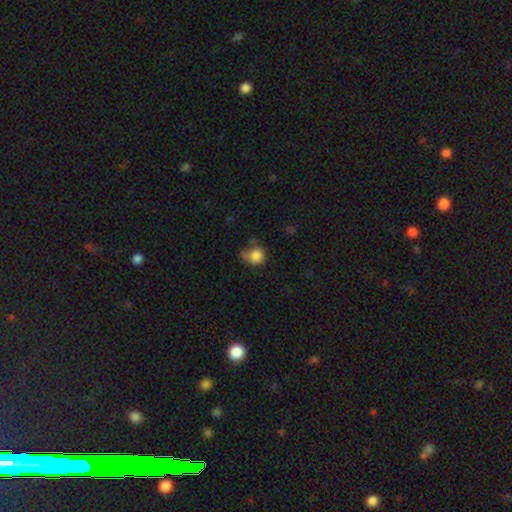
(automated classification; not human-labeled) This appears to be a smooth galaxy with no disk features (83%) that is round (79%). Merging: none (45%).